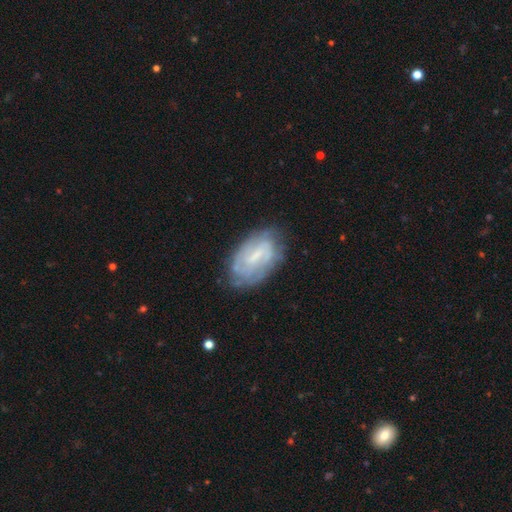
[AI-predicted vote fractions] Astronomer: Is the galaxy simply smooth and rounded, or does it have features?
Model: featured or disk — 63%.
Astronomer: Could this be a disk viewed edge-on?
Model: no — 95%.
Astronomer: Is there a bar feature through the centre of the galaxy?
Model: weak — 52%.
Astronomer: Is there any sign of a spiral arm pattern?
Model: yes — 72%.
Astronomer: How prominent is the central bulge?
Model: small — 46% (runner-up: moderate, 26%).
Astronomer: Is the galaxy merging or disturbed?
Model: none — 67%.